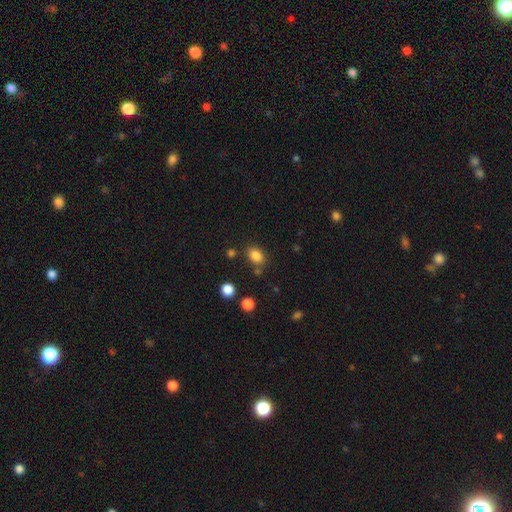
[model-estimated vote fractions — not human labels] This appears to be a smooth galaxy with no disk features (84%) that is in between round and cigar-shaped (71%). Merging: none (75%).